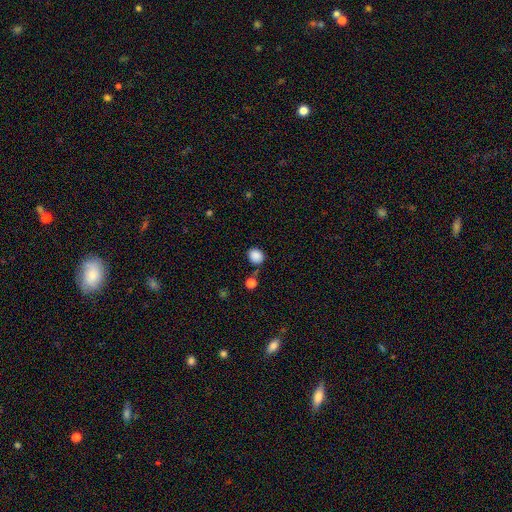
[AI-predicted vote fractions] smooth_or_featured: smooth (p=0.87) [alt: star or artifact p=0.10]
how_rounded: round (p=0.70) [alt: in between p=0.29]
merging: none (p=0.76) [alt: minor disturbance p=0.14]